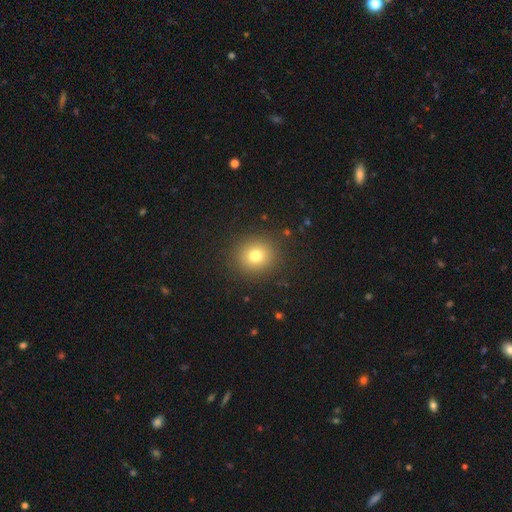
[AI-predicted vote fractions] The model was most divided on "smooth or featured": smooth: 76%, star or artifact: 14%, featured or disk: 9%. More confident: merging — none (90%); how rounded — round (87%).